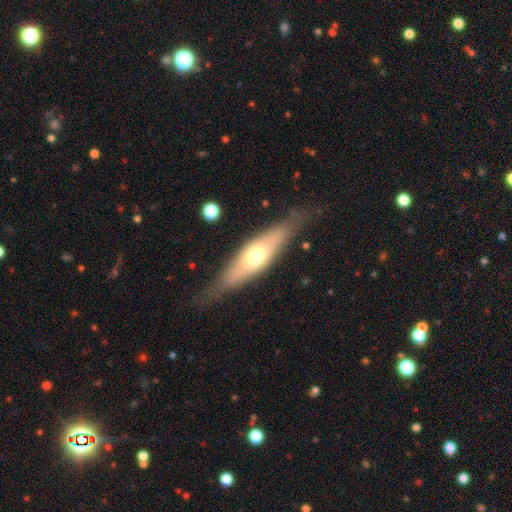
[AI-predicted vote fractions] Morphology: type=featured or disk (47%); merging=none (77%).